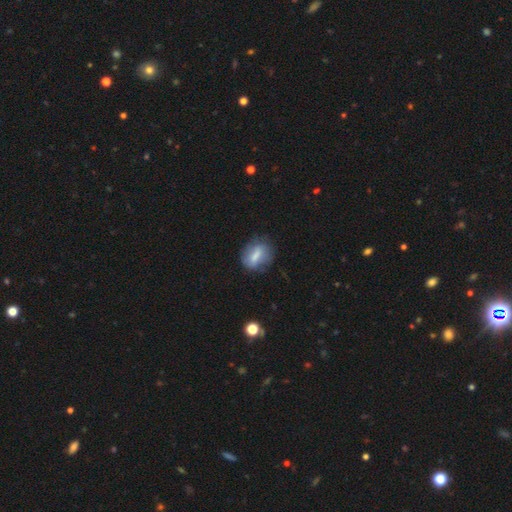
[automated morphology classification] Q: Smooth or featured?
A: smooth (64%); runner-up: featured or disk (27%)
Q: How rounded?
A: in between (64%); runner-up: round (28%)
Q: Merging?
A: none (67%); runner-up: minor disturbance (23%)